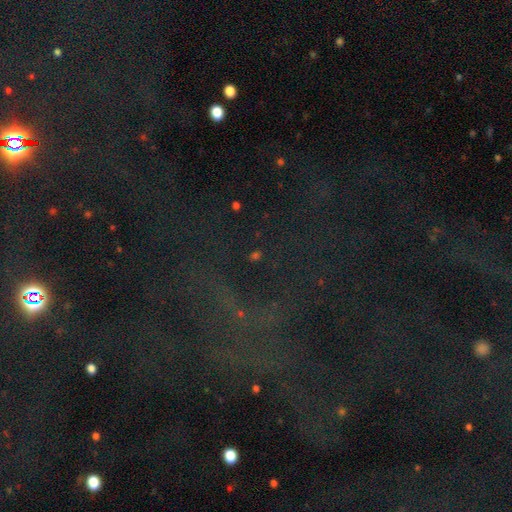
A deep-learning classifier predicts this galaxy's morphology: Overall: star or artifact (70%).